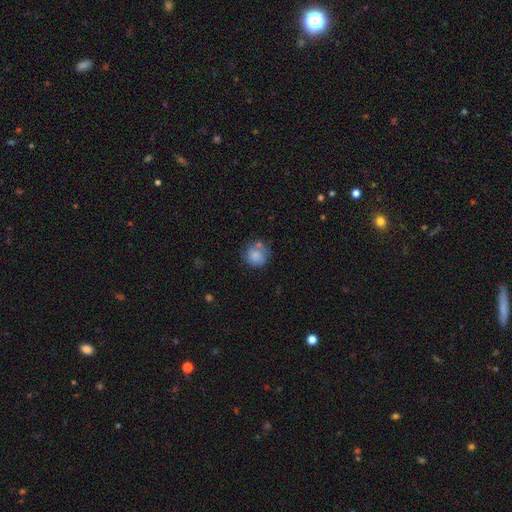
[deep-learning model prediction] Q: Smooth or featured?
A: smooth (77%); runner-up: featured or disk (15%)
Q: How rounded?
A: round (86%); runner-up: in between (13%)
Q: Merging?
A: none (58%); runner-up: minor disturbance (21%)